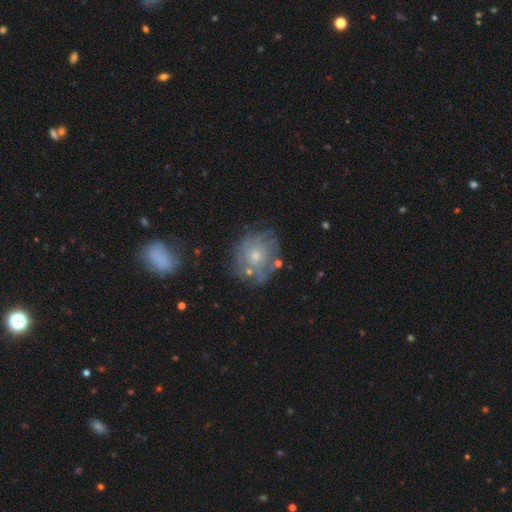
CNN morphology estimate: The model was most divided on "smooth or featured": featured or disk: 51%, smooth: 39%, star or artifact: 10%. More confident: edge-on disk — no (96%); merging — none (63%).